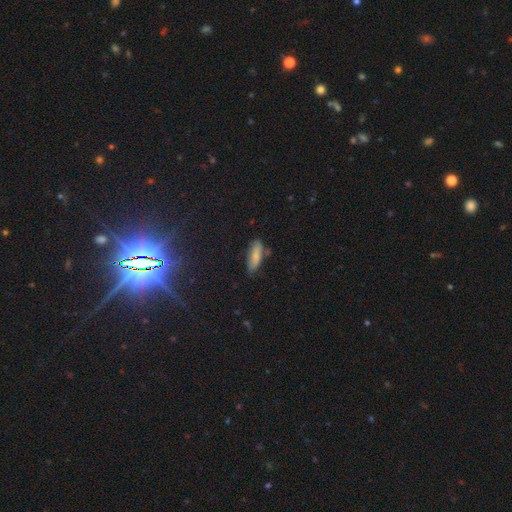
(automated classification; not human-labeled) This is likely a smooth galaxy (77%). How rounded: possibly in between (57%). Merging: likely none (68%).